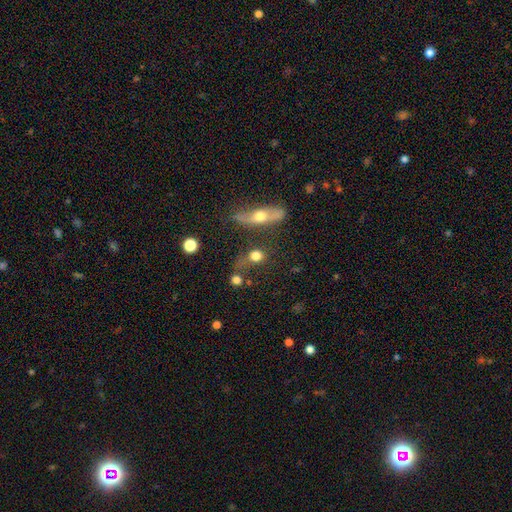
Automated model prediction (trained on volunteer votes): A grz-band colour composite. It shows a smooth galaxy with no disk features (72%) that is round (66%). Merging: none (53%).